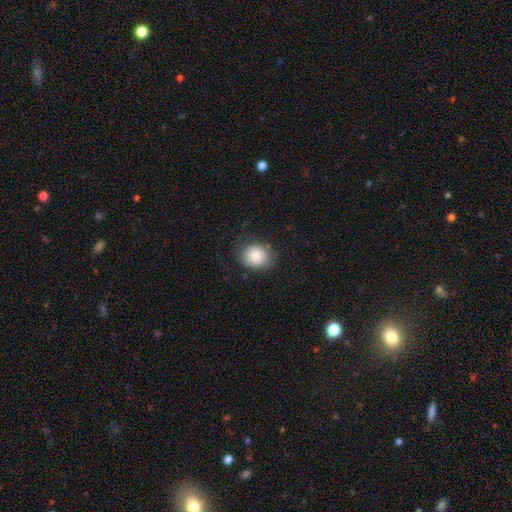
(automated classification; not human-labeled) A smooth galaxy with no disk features (79%) that is round (67%).

Vote fractions:
- Smooth or featured? smooth: 79% / featured or disk: 12% / star or artifact: 9%
- How rounded? round: 67% / in between: 32% / cigar-shaped: 1%
- Merging? none: 78% / minor disturbance: 15% / major disturbance: 5% / merger: 1%